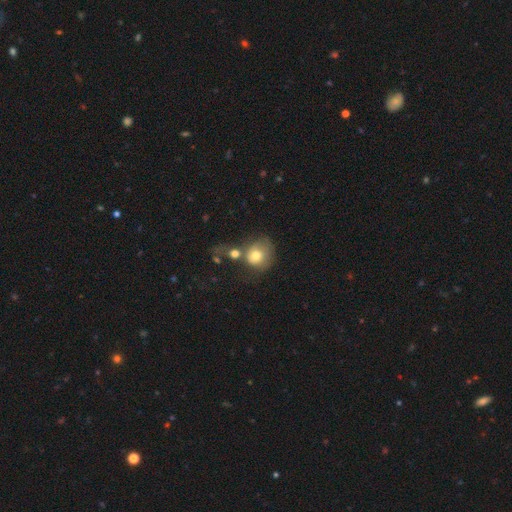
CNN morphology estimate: smooth_or_featured: smooth (p=0.70) [alt: featured or disk p=0.21]
how_rounded: round (p=0.75) [alt: in between p=0.24]
merging: merger (p=0.33) [alt: none p=0.32]